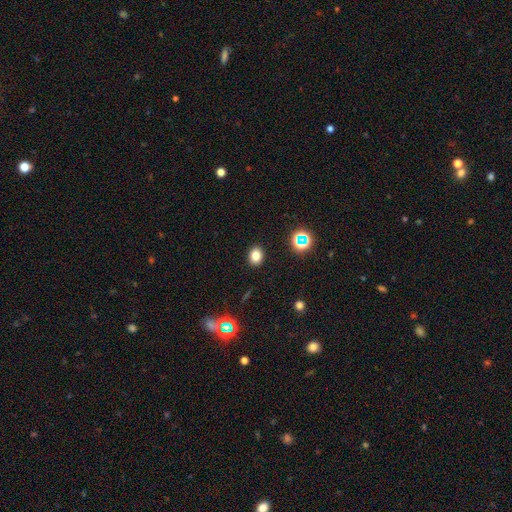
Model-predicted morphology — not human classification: A smooth galaxy with no disk features (78%) that is in between round and cigar-shaped (57%). Merging: none (90%).